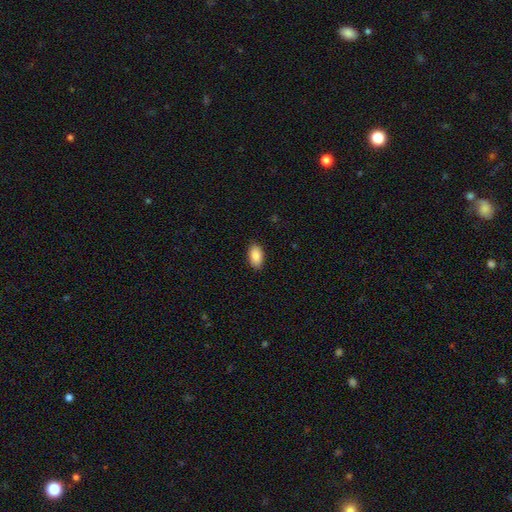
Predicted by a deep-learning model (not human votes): The model was most divided on "smooth or featured": smooth: 87%, star or artifact: 7%, featured or disk: 6%. More confident: how rounded — in between (93%); merging — none (89%).